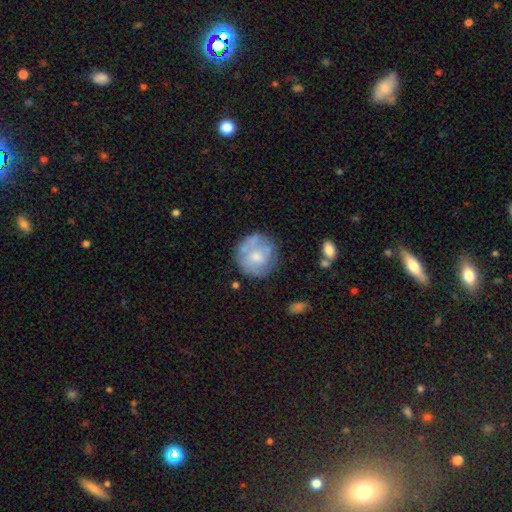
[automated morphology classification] Overall: smooth (53%; featured or disk 41%). How rounded: round (90%). Merging: none (66%).